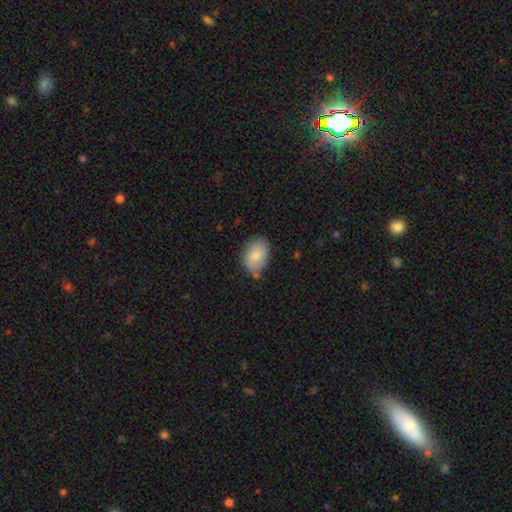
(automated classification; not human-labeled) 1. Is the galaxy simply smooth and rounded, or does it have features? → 82% smooth, 12% featured or disk, 7% star or artifact.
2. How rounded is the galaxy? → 85% in between, 14% round, 1% cigar-shaped.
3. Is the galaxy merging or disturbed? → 75% none, 18% minor disturbance, 4% major disturbance, 3% merger.